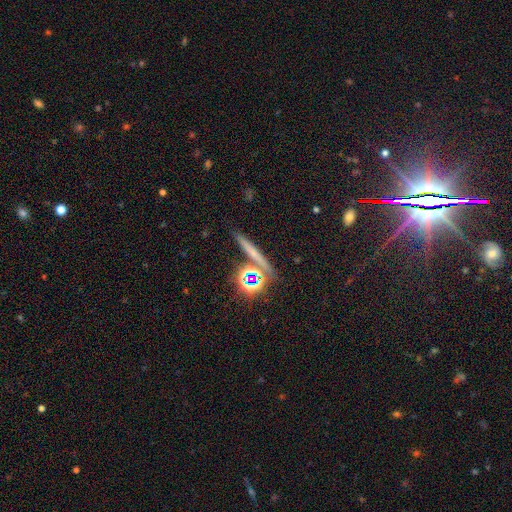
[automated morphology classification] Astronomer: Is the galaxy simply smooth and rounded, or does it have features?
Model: smooth — 49% (runner-up: star or artifact, 28%).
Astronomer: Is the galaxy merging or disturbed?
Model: none — 79%.